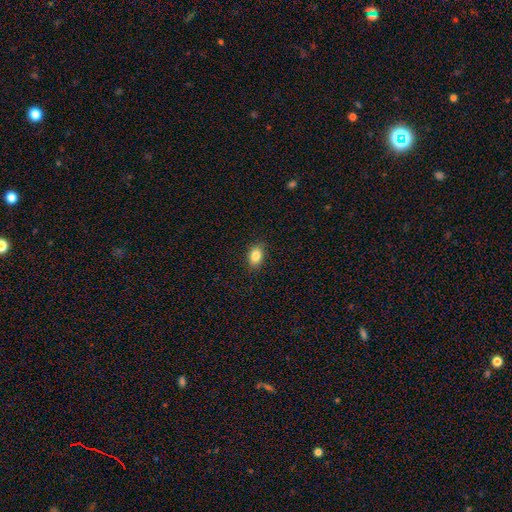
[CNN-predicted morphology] This appears to be a smooth galaxy with no disk features (85%) that is in between round and cigar-shaped (78%). Merging: none (87%).